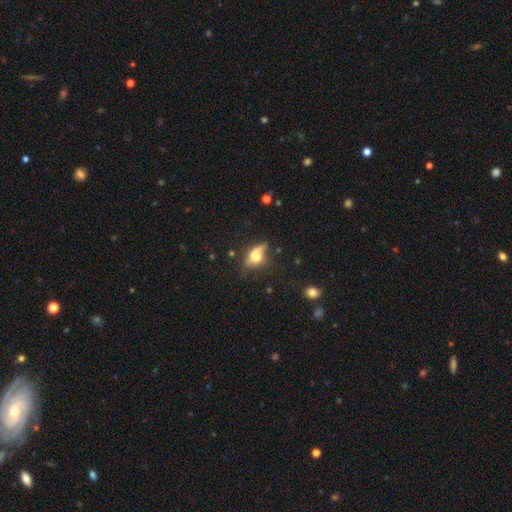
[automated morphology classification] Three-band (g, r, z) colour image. It shows a smooth galaxy with no disk features (47%). Merging: none (43%).